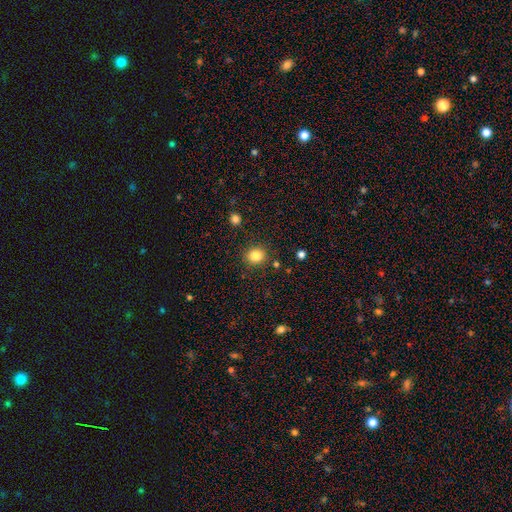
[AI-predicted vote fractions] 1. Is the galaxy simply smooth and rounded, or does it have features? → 84% smooth, 11% star or artifact, 5% featured or disk.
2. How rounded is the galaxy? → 80% round, 19% in between, 1% cigar-shaped.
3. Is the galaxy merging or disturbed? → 87% none, 8% minor disturbance, 3% major disturbance, 3% merger.